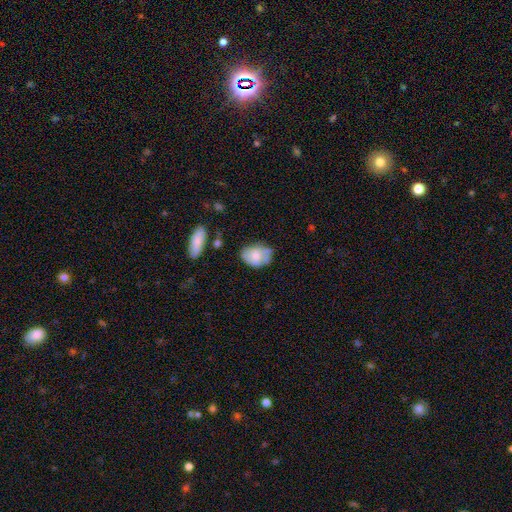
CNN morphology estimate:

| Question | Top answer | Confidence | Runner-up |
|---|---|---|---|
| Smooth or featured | smooth | 63% | featured or disk (30%) |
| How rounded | in between | 77% | round (22%) |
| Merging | none | 53% | minor disturbance (31%) |